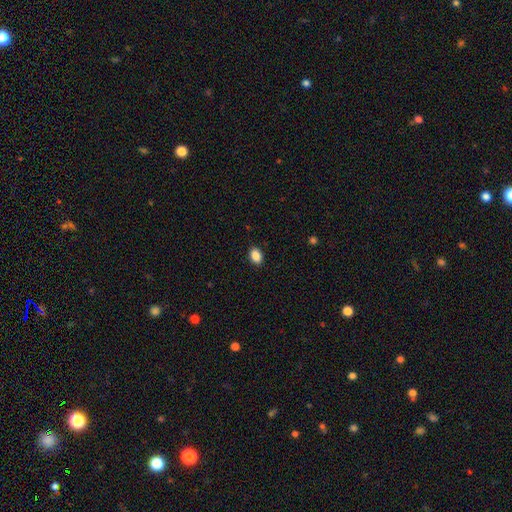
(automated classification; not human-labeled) smooth_or_featured: smooth (p=0.89) [alt: star or artifact p=0.08]
how_rounded: in between (p=0.77) [alt: round p=0.22]
merging: none (p=0.90) [alt: minor disturbance p=0.07]